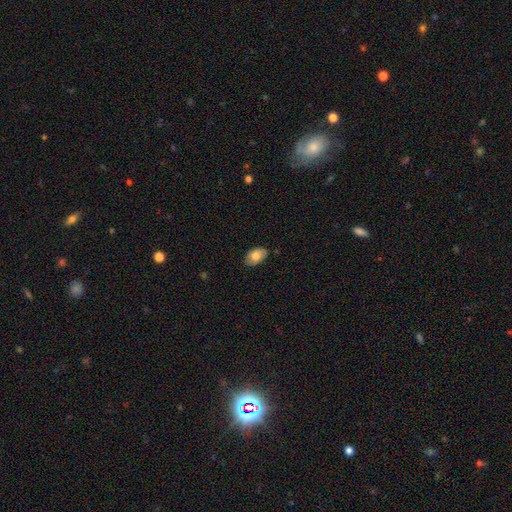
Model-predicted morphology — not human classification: Overall: smooth (80%). How rounded: in between (92%). Merging: none (77%).